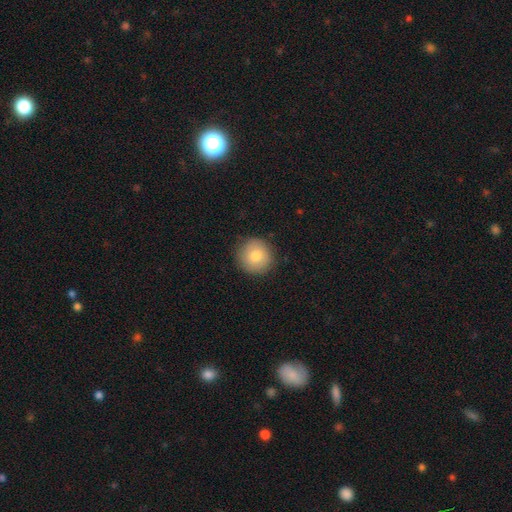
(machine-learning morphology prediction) Smooth or featured? Predicted: smooth (p=0.79). How rounded? Predicted: round (p=0.94). Merging? Predicted: none (p=0.89).